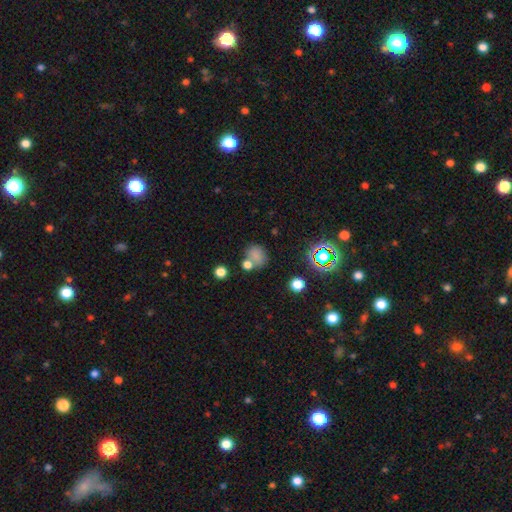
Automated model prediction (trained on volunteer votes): Smooth or featured?
  - smooth: 71% *
  - star or artifact: 20%
  - featured or disk: 9%
How rounded?
  - round: 70% *
  - in between: 29%
  - cigar-shaped: 1%
Merging?
  - none: 53% *
  - merger: 26%
  - minor disturbance: 14%
  - major disturbance: 7%